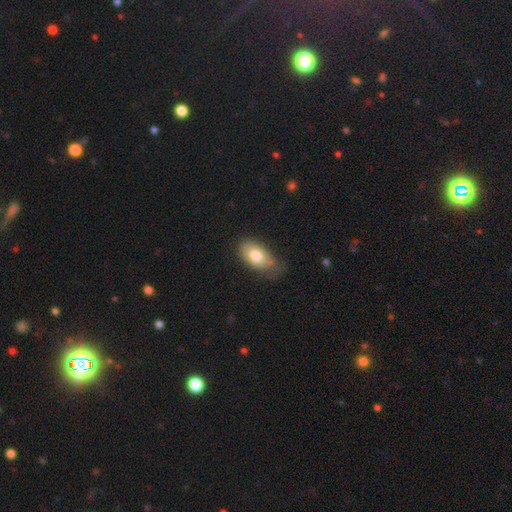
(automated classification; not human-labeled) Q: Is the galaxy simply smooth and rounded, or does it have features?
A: smooth — 75%.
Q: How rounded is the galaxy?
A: in between — 91%.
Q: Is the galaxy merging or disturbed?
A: none — 48%.